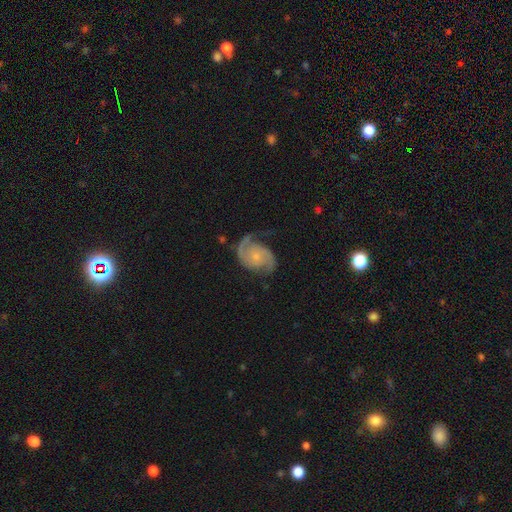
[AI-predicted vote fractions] The model was most divided on "spiral winding": medium: 52%, tight: 27%, loose: 21%. More confident: edge-on disk — no (98%); spiral arms — yes (98%); spiral arm count — 2 (91%); smooth or featured — featured or disk (89%); bar — no (73%); merging — none (71%); bulge size — small (70%).